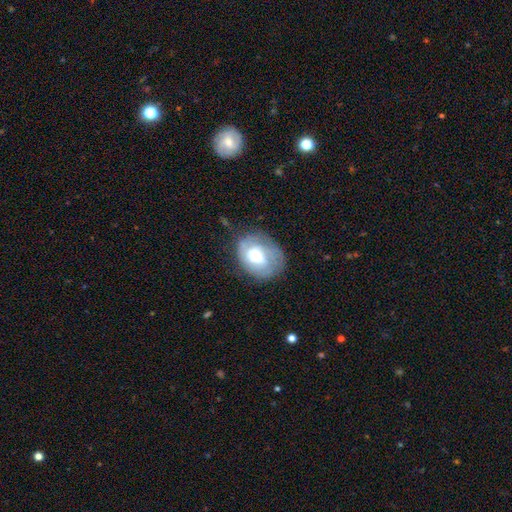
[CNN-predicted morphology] Smooth or featured? Predicted: featured or disk (p=0.48). Merging? Predicted: none (p=0.58).